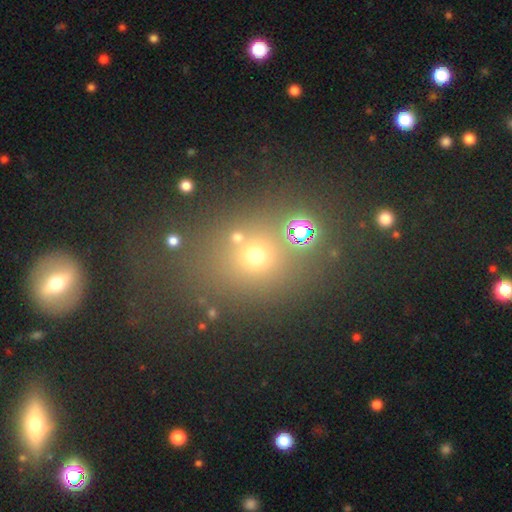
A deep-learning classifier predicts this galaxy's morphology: This is possibly a smooth galaxy (55%). How rounded: likely round (77%). Merging: likely none (70%).